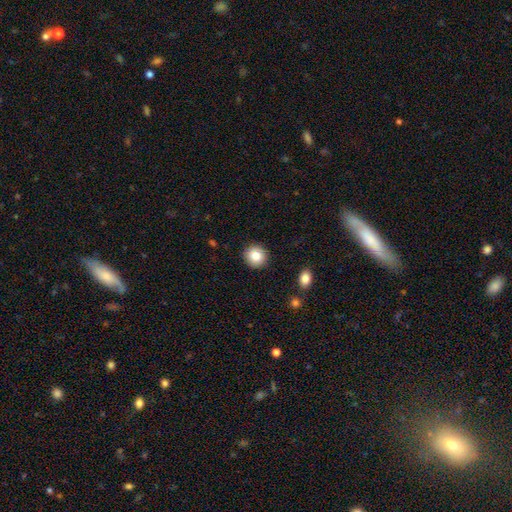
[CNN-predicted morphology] Smooth or featured? Predicted: smooth (p=0.83). How rounded? Predicted: round (p=0.91). Merging? Predicted: none (p=0.91).